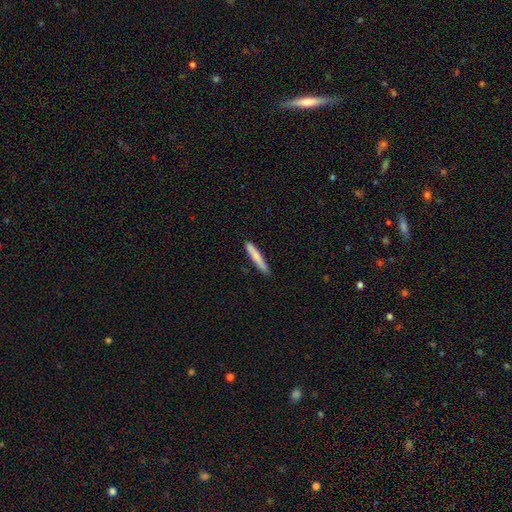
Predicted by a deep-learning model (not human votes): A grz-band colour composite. It shows a smooth galaxy with no disk features (77%) that is cigar-shaped (95%). Merging: none (88%).